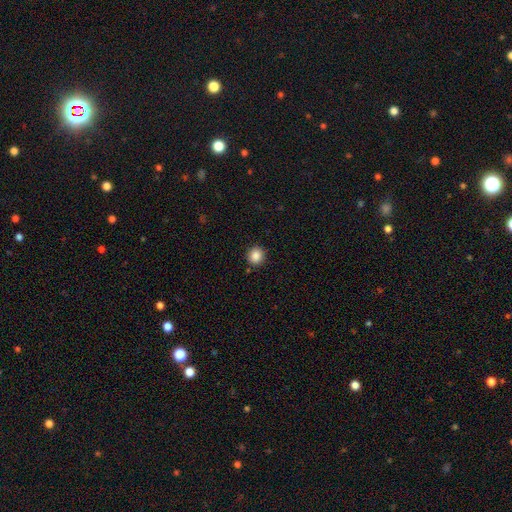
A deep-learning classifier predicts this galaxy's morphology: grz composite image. It shows a smooth galaxy with no disk features (87%) that is round (86%). Merging: none (89%).